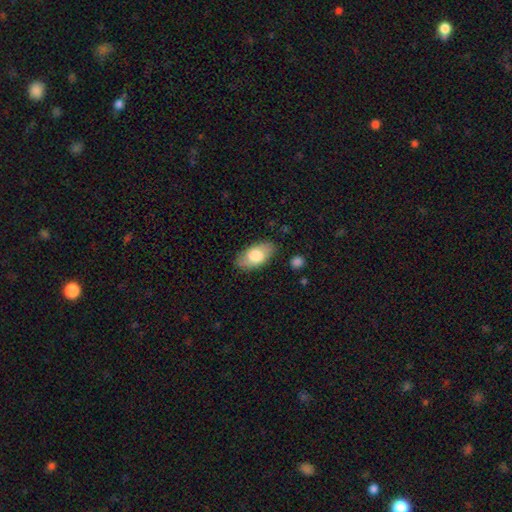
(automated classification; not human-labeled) This appears to be a smooth galaxy with no disk features (74%) that is in between round and cigar-shaped (93%). Merging: none (82%).